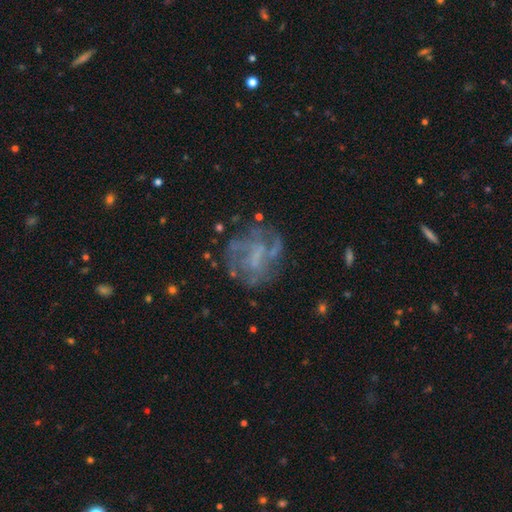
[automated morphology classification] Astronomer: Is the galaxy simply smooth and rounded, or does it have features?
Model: featured or disk — 70%.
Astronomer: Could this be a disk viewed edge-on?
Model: no — 98%.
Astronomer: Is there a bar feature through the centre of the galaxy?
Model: no — 55% (runner-up: weak, 34%).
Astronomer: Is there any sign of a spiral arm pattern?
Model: yes — 59% (runner-up: no, 41%).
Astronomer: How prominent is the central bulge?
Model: none — 59%.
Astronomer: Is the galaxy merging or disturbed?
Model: none — 63%.